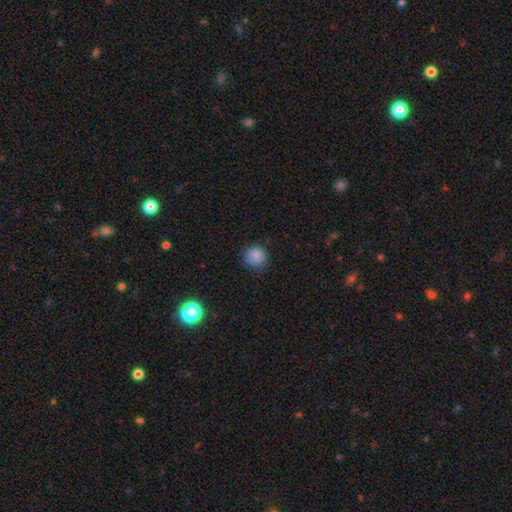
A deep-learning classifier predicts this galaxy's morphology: A smooth galaxy with no disk features (85%) that is round (88%).

Vote fractions:
- Smooth or featured? smooth: 85% / star or artifact: 10% / featured or disk: 4%
- How rounded? round: 88% / in between: 11% / cigar-shaped: 1%
- Merging? none: 81% / minor disturbance: 15% / major disturbance: 3% / merger: 1%